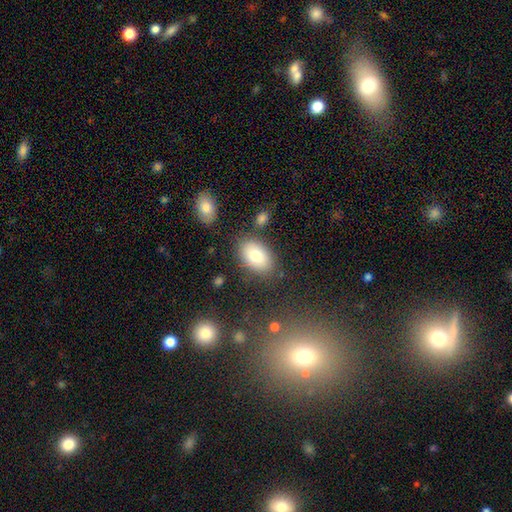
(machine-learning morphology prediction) Overall: smooth (81%). How rounded: in between (89%). Merging: none (80%).